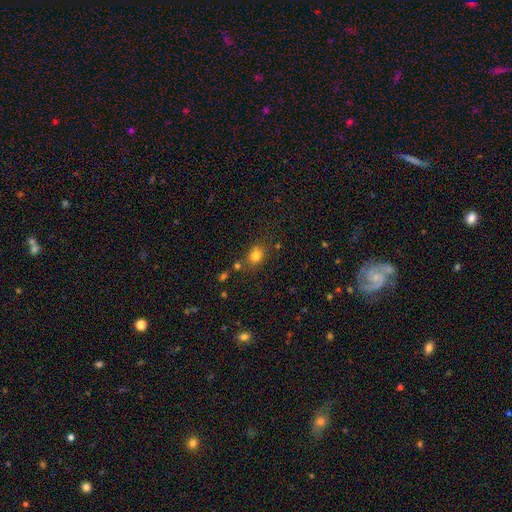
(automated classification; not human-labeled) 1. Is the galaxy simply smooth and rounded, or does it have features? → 78% smooth, 14% star or artifact, 8% featured or disk.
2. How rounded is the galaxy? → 56% round, 43% in between, 1% cigar-shaped.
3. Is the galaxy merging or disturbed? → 68% none, 15% minor disturbance, 12% merger, 5% major disturbance.